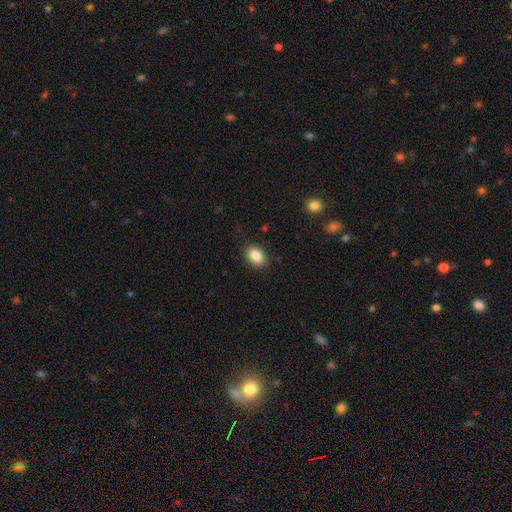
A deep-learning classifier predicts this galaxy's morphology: smooth_or_featured: smooth (p=0.86) [alt: star or artifact p=0.08]
how_rounded: in between (p=0.81) [alt: round p=0.18]
merging: none (p=0.85) [alt: minor disturbance p=0.11]